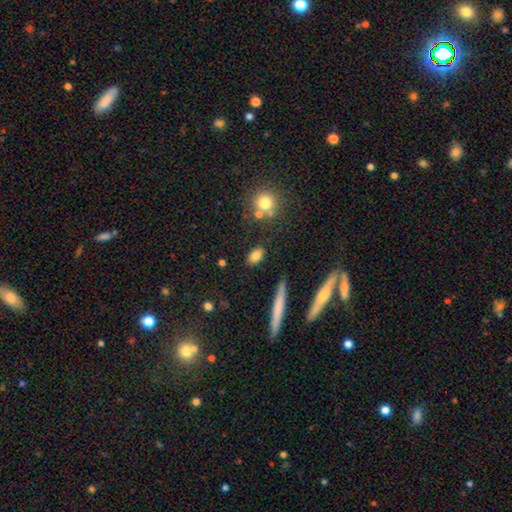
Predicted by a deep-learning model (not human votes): Smooth or featured?
  - smooth: 80% *
  - featured or disk: 10%
  - star or artifact: 9%
How rounded?
  - in between: 83% *
  - round: 10%
  - cigar-shaped: 7%
Merging?
  - none: 83% *
  - minor disturbance: 10%
  - merger: 4%
  - major disturbance: 3%